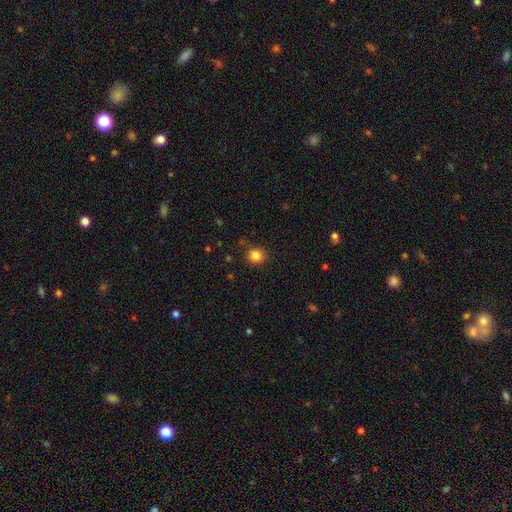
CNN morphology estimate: smooth 84%, star or artifact 12%, featured or disk 4%. Down the decision tree: how rounded — round (89%); merging — none (87%).